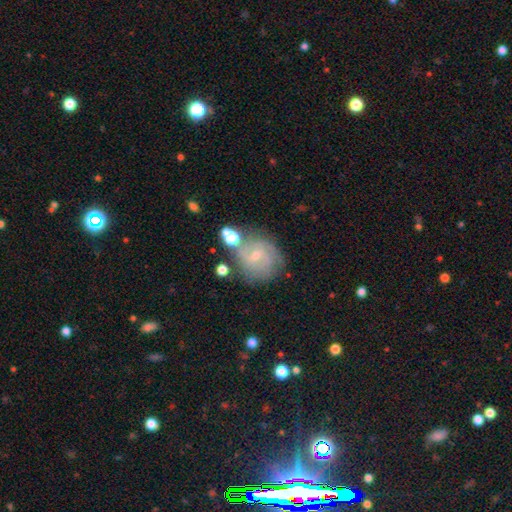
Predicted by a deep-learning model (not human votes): Overall: featured or disk (75%). Edge-on disk: no (98%). Bar: weak (52%; no 37%). Spiral arms: yes (93%). Spiral arm count: 2 (33%; can't tell 28%). Spiral winding: tight (47%; medium 41%). Bulge size: small (74%). Merging: none (65%).